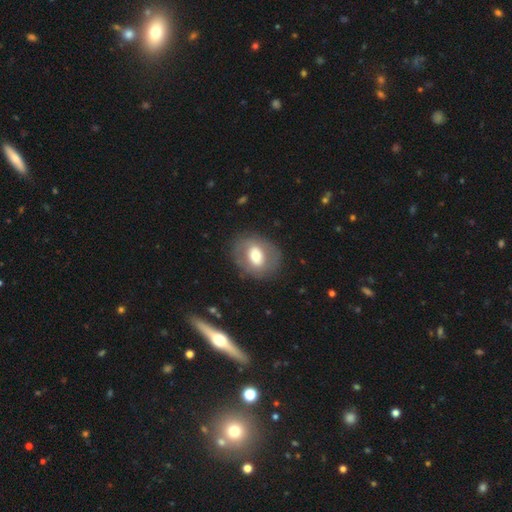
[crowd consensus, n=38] This appears to be a featured or disk galaxy (53%) with a weak bar (47%), no spiral arms (84%) and a moderate central bulge (68%). Merging: none (61%).